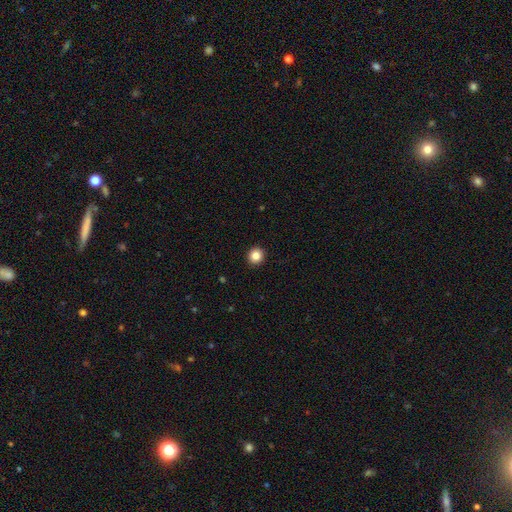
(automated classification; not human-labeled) This is clearly a smooth galaxy (85%). How rounded: clearly round (92%). Merging: clearly none (93%).